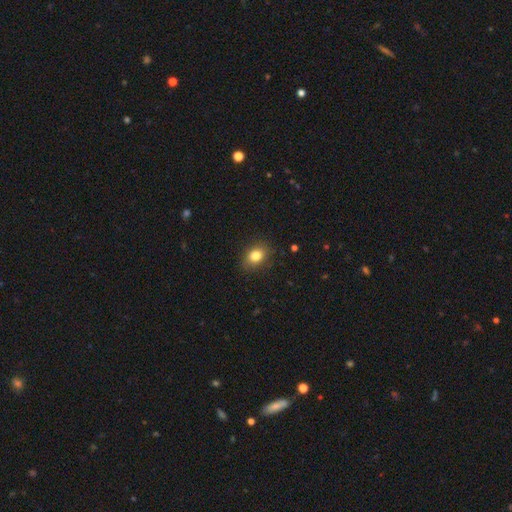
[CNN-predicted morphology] Smooth or featured: smooth — 83% (star or artifact — 10%)
How rounded: in between — 68% (round — 30%)
Merging: none — 83% (minor disturbance — 13%)